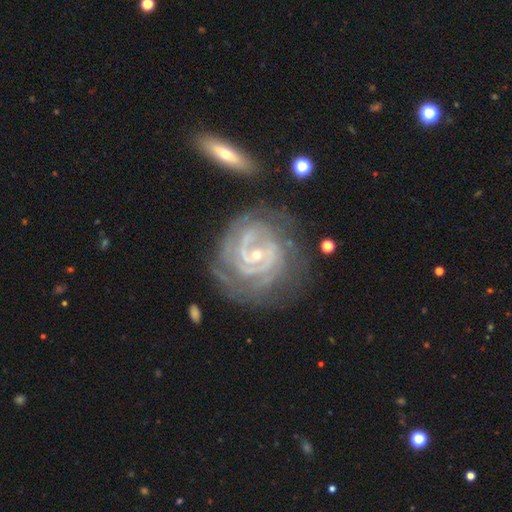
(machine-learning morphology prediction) The model was most divided on "spiral arm count": 2: 34%, can't tell: 23%, 3: 22%, 4: 10%, 1: 6%, more than 4: 6%. Remaining: edge-on disk — no (97%); spiral arms — yes (96%); smooth or featured — featured or disk (89%); bulge size — small (78%); spiral winding — tight (73%); merging — none (64%); bar — no (47%).